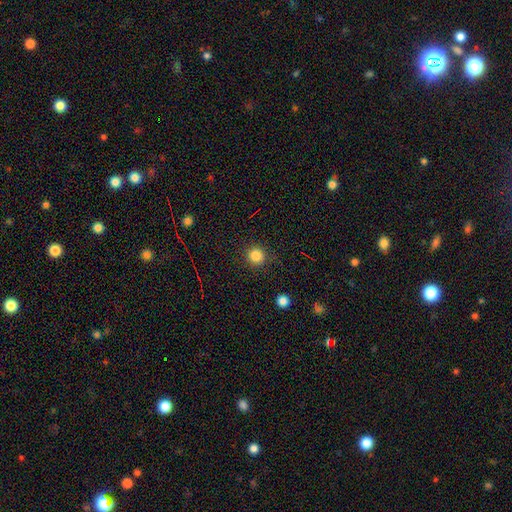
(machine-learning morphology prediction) A smooth galaxy with no disk features (85%) that is round (92%).

Vote fractions:
- Smooth or featured? smooth: 85% / star or artifact: 12% / featured or disk: 4%
- How rounded? round: 92% / in between: 7% / cigar-shaped: 1%
- Merging? none: 88% / minor disturbance: 8% / major disturbance: 3% / merger: 1%